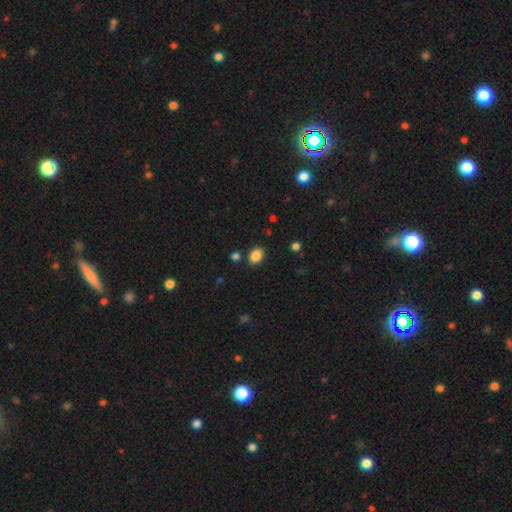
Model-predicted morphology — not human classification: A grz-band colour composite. It shows a smooth galaxy with no disk features (86%) that is in between round and cigar-shaped (65%). Merging: none (84%).